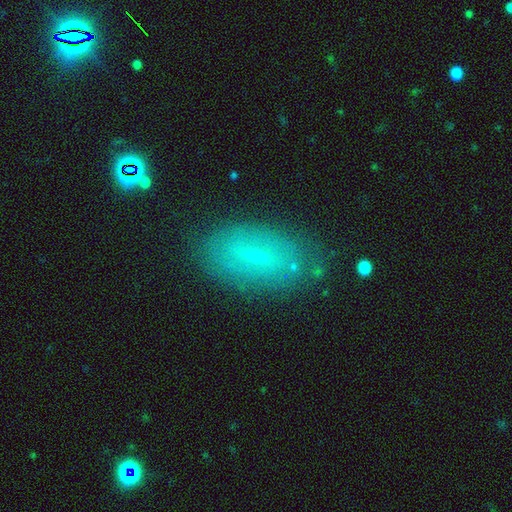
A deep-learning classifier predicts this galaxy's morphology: smooth-or-featured: smooth: 48% | featured or disk: 40% | star or artifact: 12%
  merging: none: 77% | minor disturbance: 16% | major disturbance: 5% | merger: 2%